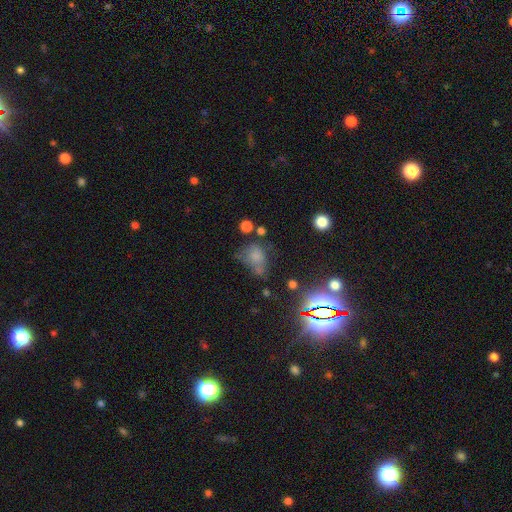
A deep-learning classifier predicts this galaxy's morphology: Smooth or featured? smooth (66%)
How rounded? in between (52%)
Merging? none (34%)